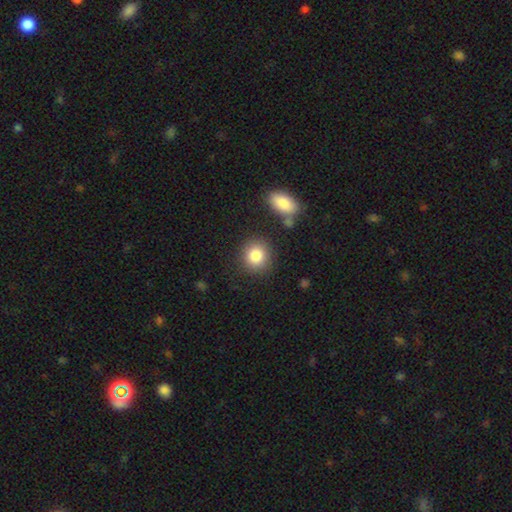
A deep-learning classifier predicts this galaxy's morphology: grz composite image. It shows a smooth galaxy with no disk features (85%) that is round (82%). Merging: none (82%).